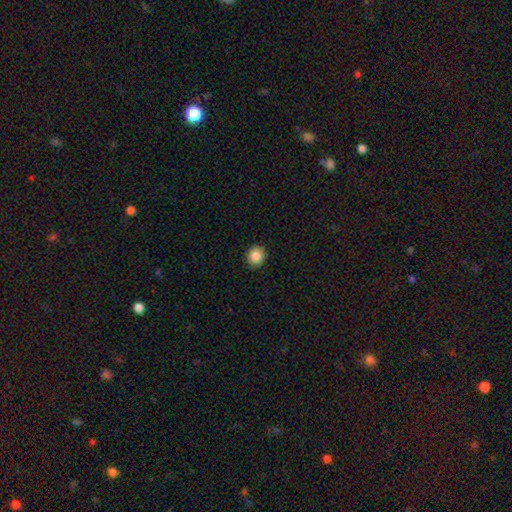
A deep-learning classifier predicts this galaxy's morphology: Smooth or featured? smooth (86%)
How rounded? round (86%)
Merging? none (92%)